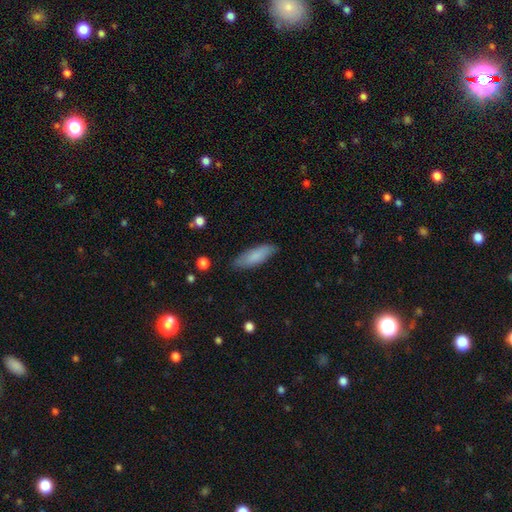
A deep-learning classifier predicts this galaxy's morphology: A smooth galaxy with no disk features (82%) that is in between round and cigar-shaped (55%). Merging: none (83%).